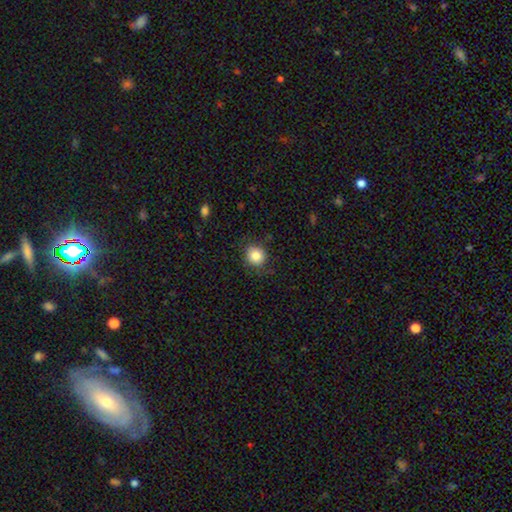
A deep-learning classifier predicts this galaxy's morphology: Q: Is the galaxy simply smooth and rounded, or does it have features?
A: smooth — 84%.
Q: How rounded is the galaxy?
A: round — 88%.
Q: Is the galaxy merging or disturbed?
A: none — 86%.